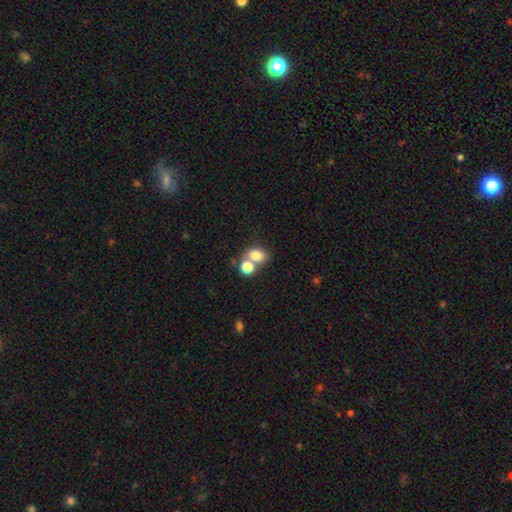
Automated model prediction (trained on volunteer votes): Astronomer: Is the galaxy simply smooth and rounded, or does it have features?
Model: smooth — 79%.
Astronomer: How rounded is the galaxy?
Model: in between — 58% (runner-up: round, 41%).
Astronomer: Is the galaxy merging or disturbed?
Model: none — 44% (runner-up: merger, 43%).